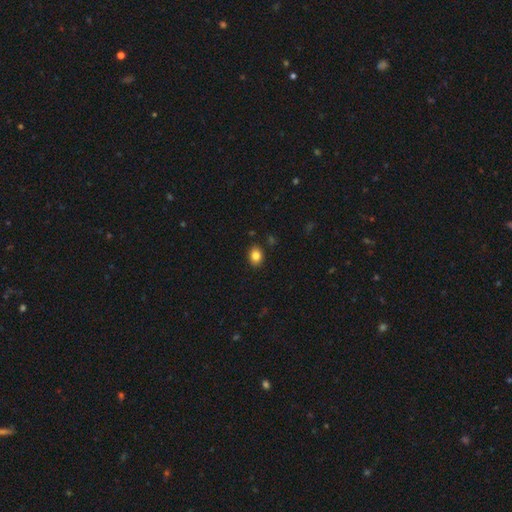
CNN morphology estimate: A smooth galaxy with no disk features (83%) that is in between round and cigar-shaped (57%). Merging: none (88%).